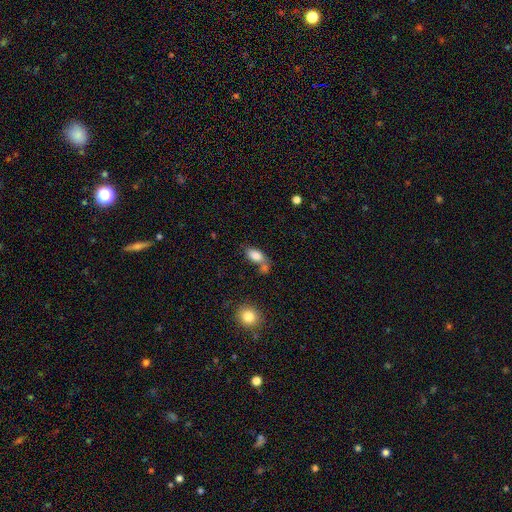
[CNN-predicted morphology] Overall: smooth (83%). How rounded: in between (89%). Merging: none (43%; merger 36%).